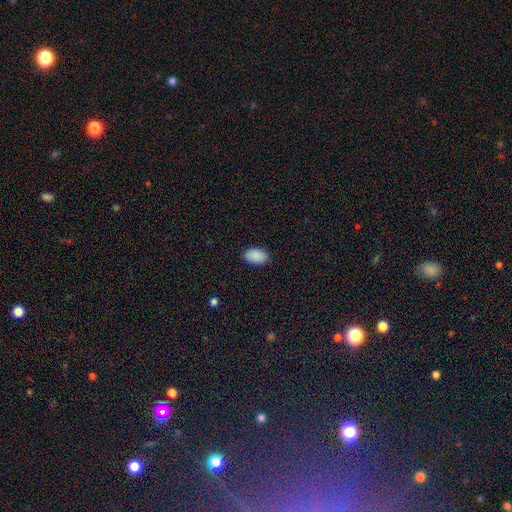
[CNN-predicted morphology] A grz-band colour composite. It shows a smooth galaxy with no disk features (90%) that is in between round and cigar-shaped (93%). Merging: none (90%).